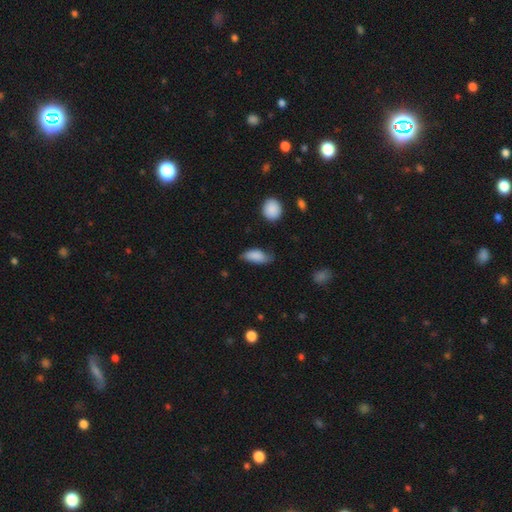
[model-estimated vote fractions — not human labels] Smooth or featured: smooth — 82% (featured or disk — 11%)
How rounded: in between — 86% (cigar-shaped — 11%)
Merging: none — 60% (minor disturbance — 31%)